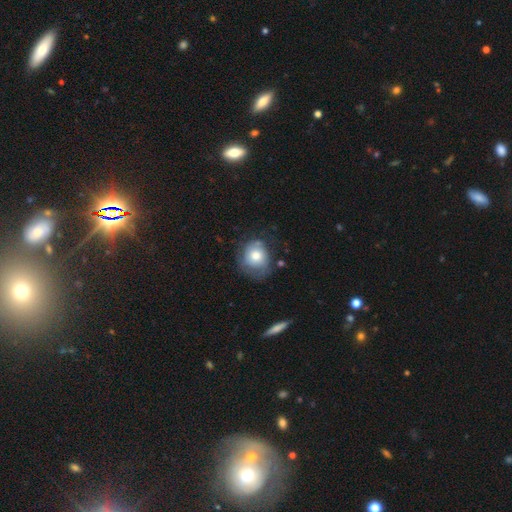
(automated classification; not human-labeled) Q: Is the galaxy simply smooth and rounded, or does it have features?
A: smooth — 66%.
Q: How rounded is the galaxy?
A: round — 73%.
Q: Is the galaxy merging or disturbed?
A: none — 53%.